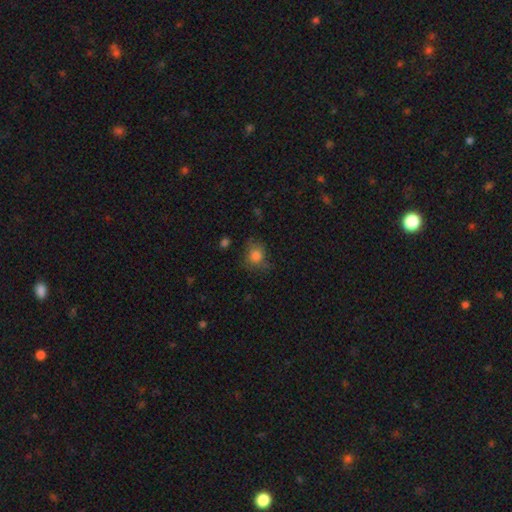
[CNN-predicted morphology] A smooth galaxy with no disk features (80%) that is round (70%). Merging: none (58%).